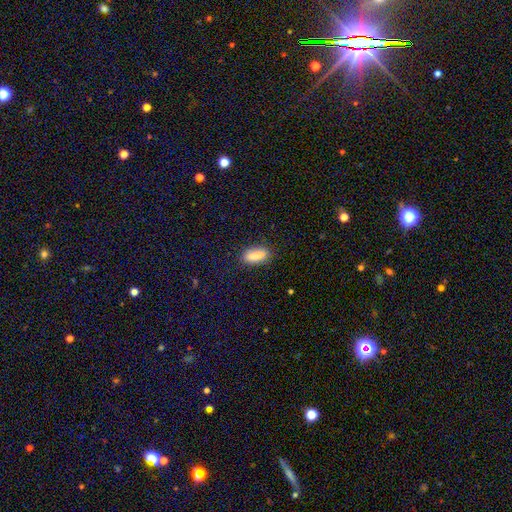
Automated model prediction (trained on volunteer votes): Overall: smooth (84%). How rounded: in between (72%). Merging: none (84%).